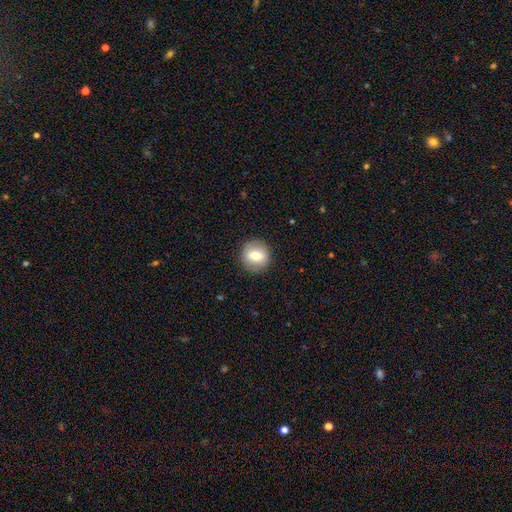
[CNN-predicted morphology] Smooth or featured?
  - smooth: 69% *
  - featured or disk: 24%
  - star or artifact: 8%
How rounded?
  - round: 88% *
  - in between: 11%
  - cigar-shaped: 1%
Merging?
  - none: 89% *
  - minor disturbance: 8%
  - major disturbance: 3%
  - merger: 1%